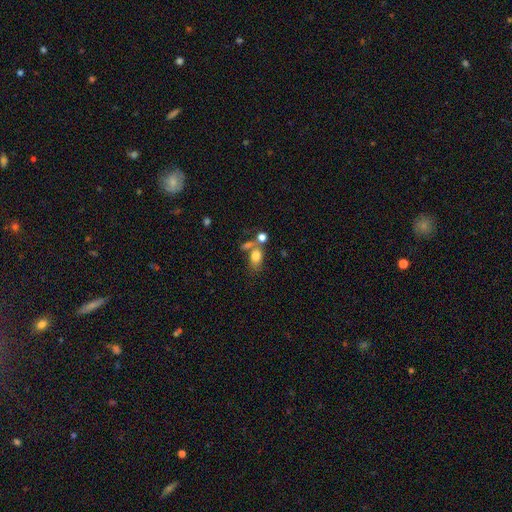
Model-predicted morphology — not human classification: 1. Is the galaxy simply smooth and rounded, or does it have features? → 77% smooth, 13% featured or disk, 10% star or artifact.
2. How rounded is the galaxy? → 78% in between, 19% round, 3% cigar-shaped.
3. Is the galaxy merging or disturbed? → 42% none, 34% merger, 14% minor disturbance, 9% major disturbance.